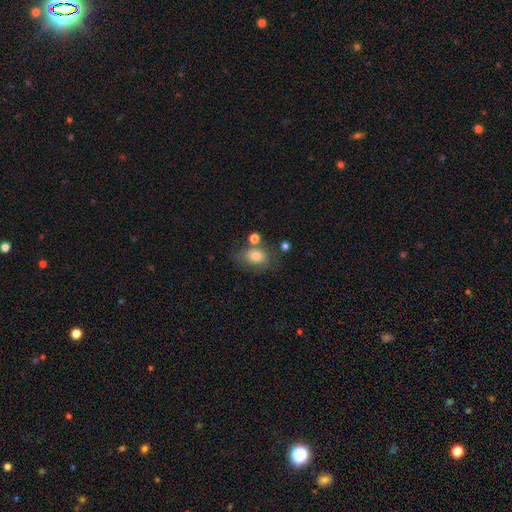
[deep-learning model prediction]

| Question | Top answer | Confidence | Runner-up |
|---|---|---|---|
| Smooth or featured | smooth | 73% | featured or disk (17%) |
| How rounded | in between | 65% | round (34%) |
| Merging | none | 50% | minor disturbance (22%) |